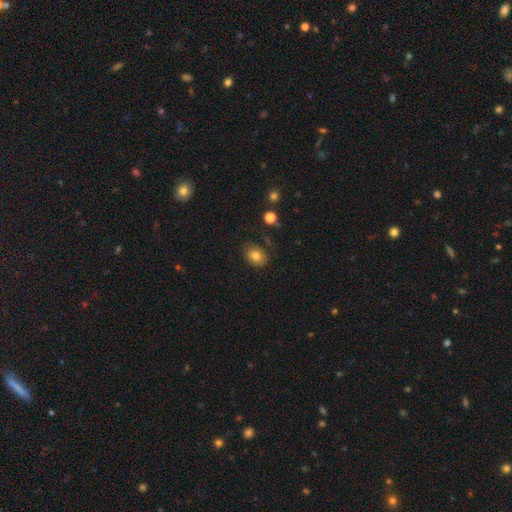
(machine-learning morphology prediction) smooth_or_featured: smooth (p=0.80) [alt: featured or disk p=0.11]
how_rounded: in between (p=0.67) [alt: round p=0.32]
merging: none (p=0.80) [alt: minor disturbance p=0.15]